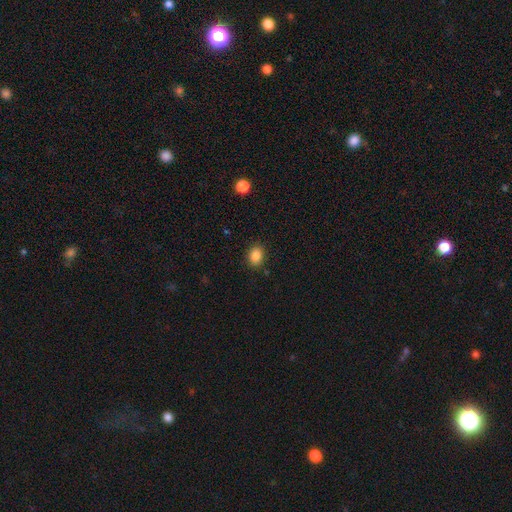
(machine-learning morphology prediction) smooth 86%, star or artifact 10%, featured or disk 4%. Down the decision tree: how rounded — in between (60%); merging — none (88%).